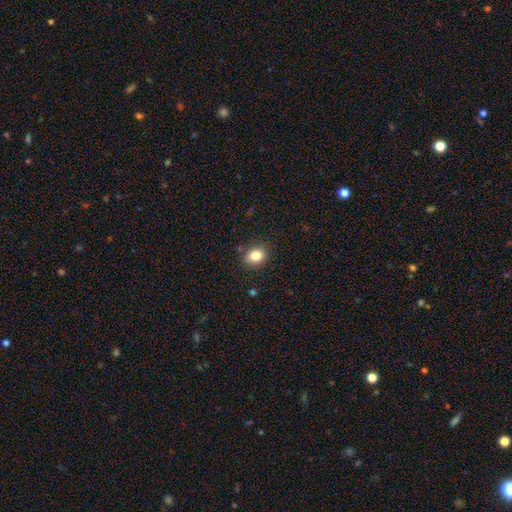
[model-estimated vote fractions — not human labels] This appears to be a smooth galaxy with no disk features (82%) that is in between round and cigar-shaped (51%). Merging: none (83%).